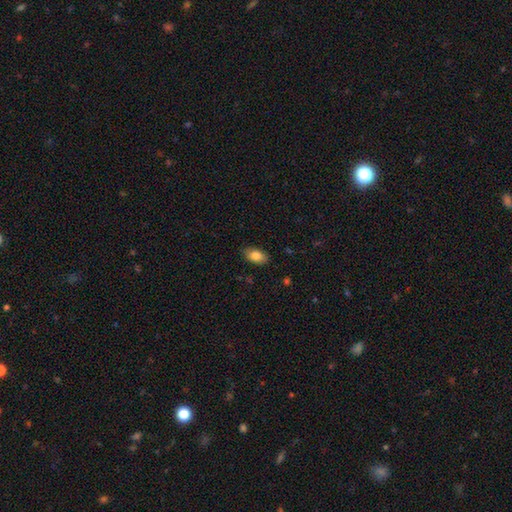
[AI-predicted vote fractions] Q: Smooth or featured?
A: smooth (83%); runner-up: featured or disk (9%)
Q: How rounded?
A: in between (92%); runner-up: round (5%)
Q: Merging?
A: none (85%); runner-up: minor disturbance (12%)